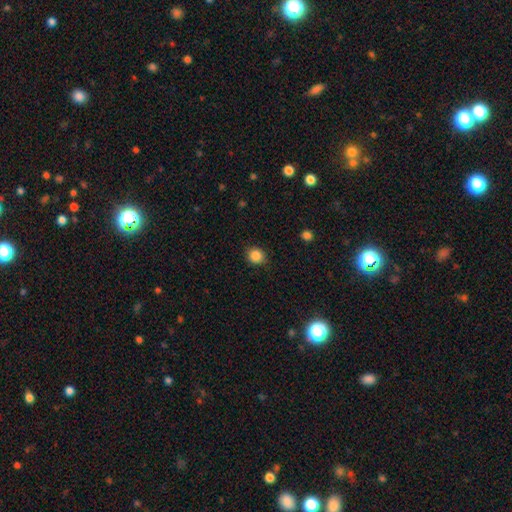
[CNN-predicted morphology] This appears to be a smooth galaxy with no disk features (86%) that is round (83%). Merging: none (86%).